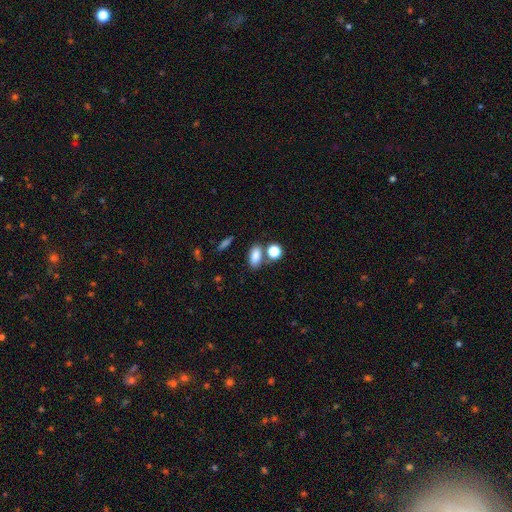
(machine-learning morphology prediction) Q: Smooth or featured?
A: smooth (83%); runner-up: star or artifact (10%)
Q: How rounded?
A: in between (81%); runner-up: round (14%)
Q: Merging?
A: none (65%); runner-up: merger (19%)